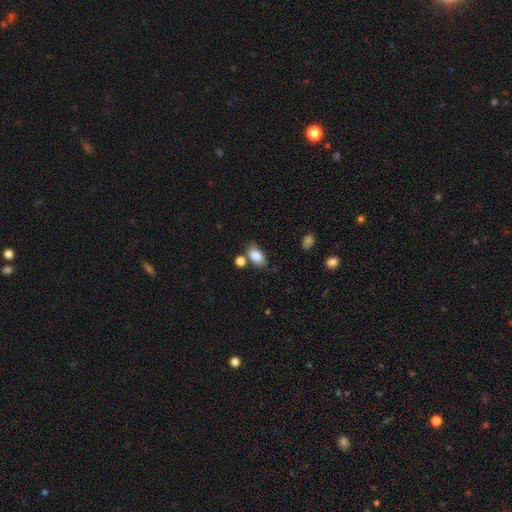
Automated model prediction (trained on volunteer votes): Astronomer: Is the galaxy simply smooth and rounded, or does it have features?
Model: smooth — 84%.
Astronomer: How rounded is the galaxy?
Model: in between — 90%.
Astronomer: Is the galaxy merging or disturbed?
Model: none — 69%.